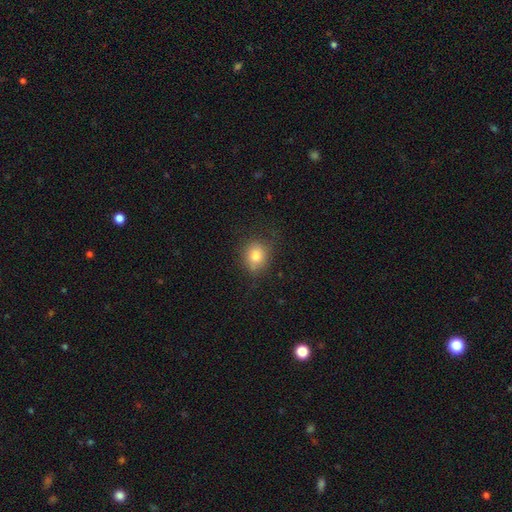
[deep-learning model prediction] This appears to be a smooth galaxy with no disk features (80%) that is round (66%). Merging: none (70%).